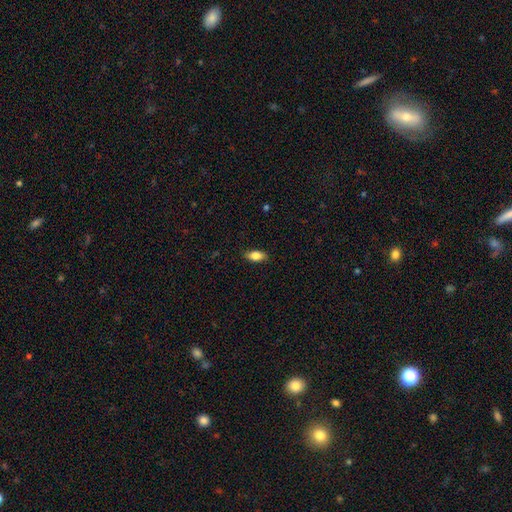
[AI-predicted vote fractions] This appears to be a smooth galaxy with no disk features (83%) that is in between round and cigar-shaped (88%). Merging: none (86%).